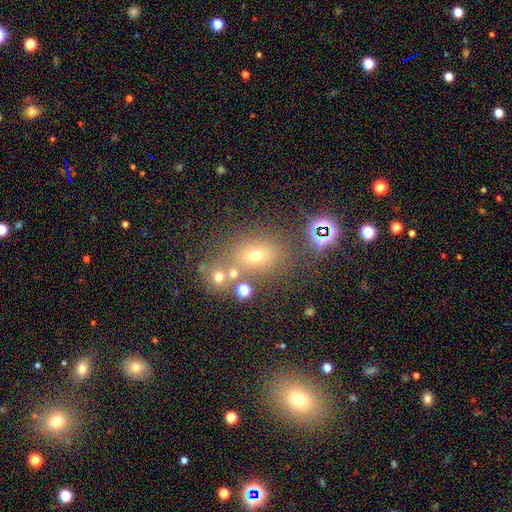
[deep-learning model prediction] Smooth or featured? smooth (58%)
How rounded? in between (50%)
Merging? none (64%)